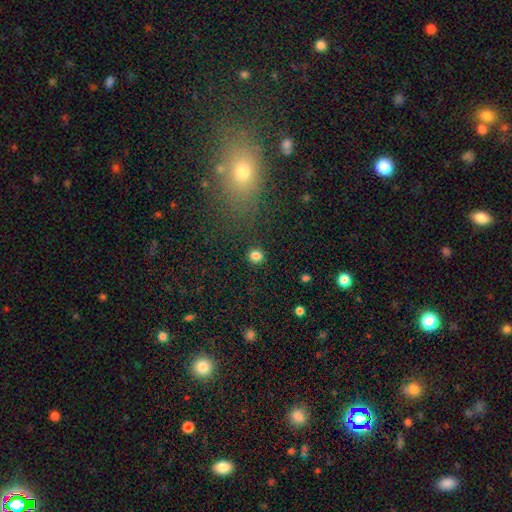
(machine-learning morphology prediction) Smooth or featured? smooth (83%)
How rounded? round (91%)
Merging? none (91%)